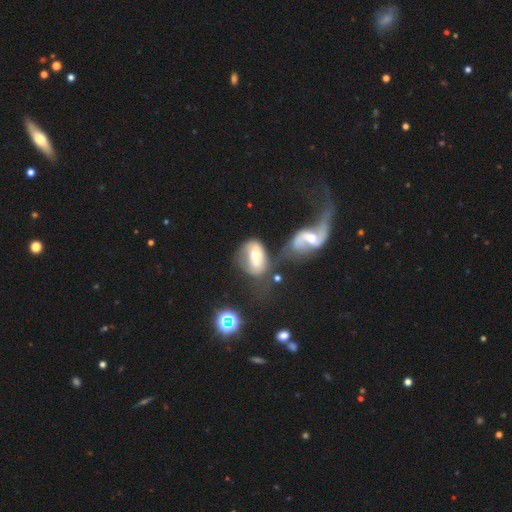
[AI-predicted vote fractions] smooth 47%, featured or disk 45%, star or artifact 8%. Down the decision tree: merging — merger (37%).